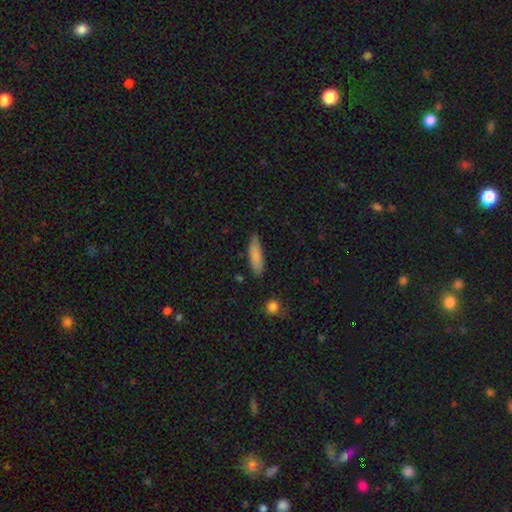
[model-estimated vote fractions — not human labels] Morphology: type=smooth (83%); roundness=cigar-shaped (61%); merging=none (80%).